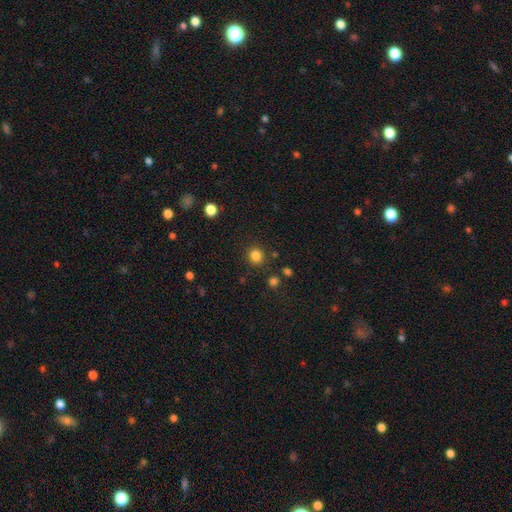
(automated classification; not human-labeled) Q: Smooth or featured?
A: smooth (84%); runner-up: star or artifact (12%)
Q: How rounded?
A: round (84%); runner-up: in between (15%)
Q: Merging?
A: none (86%); runner-up: minor disturbance (7%)